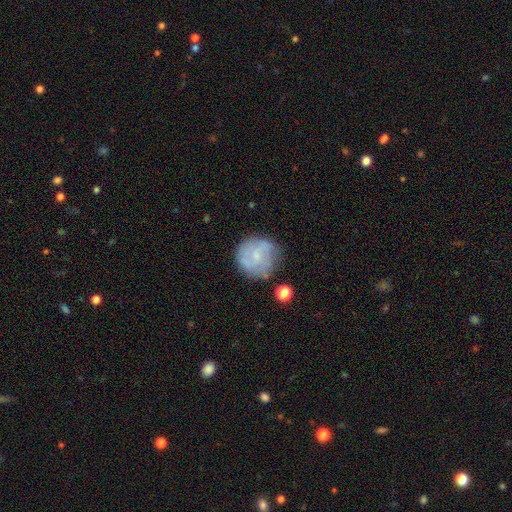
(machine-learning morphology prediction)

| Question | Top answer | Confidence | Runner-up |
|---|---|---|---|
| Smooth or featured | smooth | 47% | featured or disk (45%) |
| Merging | none | 65% | minor disturbance (22%) |